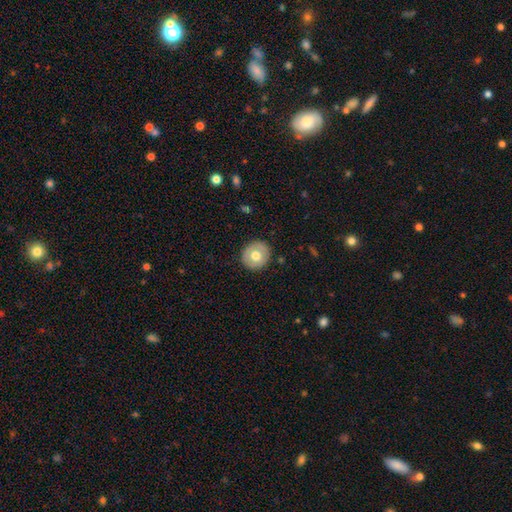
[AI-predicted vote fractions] Q: Smooth or featured?
A: smooth (65%); runner-up: featured or disk (28%)
Q: How rounded?
A: round (89%); runner-up: in between (10%)
Q: Merging?
A: none (88%); runner-up: minor disturbance (8%)